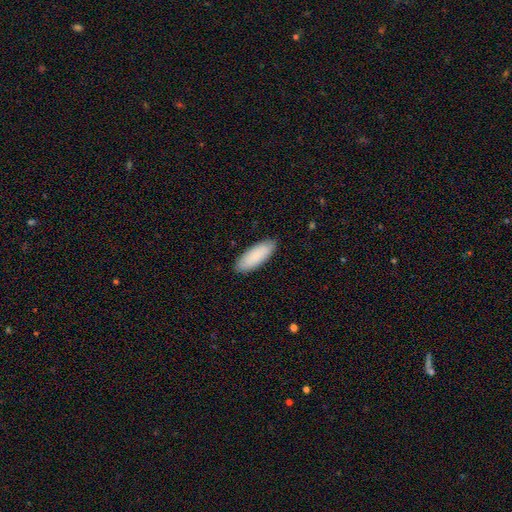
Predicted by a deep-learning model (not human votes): Q: Smooth or featured?
A: smooth (89%); runner-up: featured or disk (6%)
Q: How rounded?
A: in between (71%); runner-up: cigar-shaped (28%)
Q: Merging?
A: none (89%); runner-up: minor disturbance (9%)